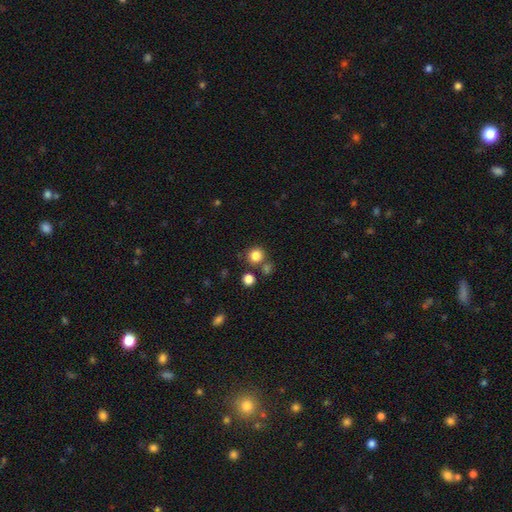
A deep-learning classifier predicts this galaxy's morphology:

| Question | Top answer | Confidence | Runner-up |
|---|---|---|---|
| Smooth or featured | smooth | 83% | star or artifact (12%) |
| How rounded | round | 90% | in between (9%) |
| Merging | none | 74% | merger (14%) |